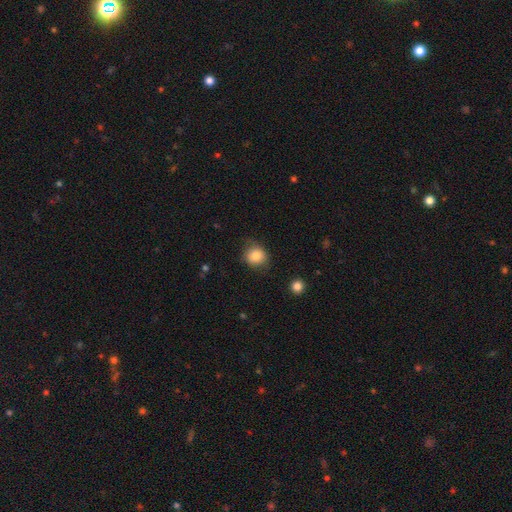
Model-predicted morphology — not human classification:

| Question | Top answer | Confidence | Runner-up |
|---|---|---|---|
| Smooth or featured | smooth | 83% | star or artifact (9%) |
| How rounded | round | 80% | in between (19%) |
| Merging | none | 73% | minor disturbance (21%) |